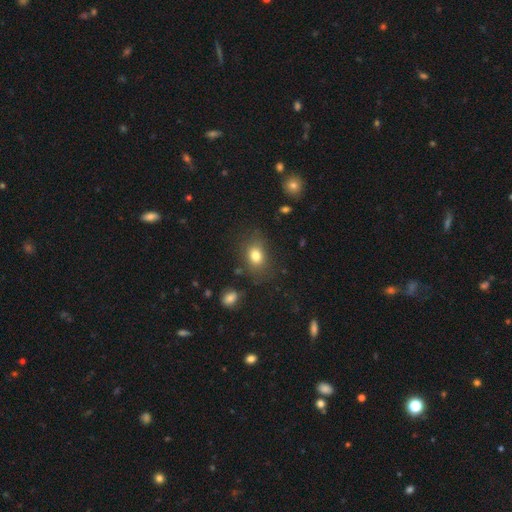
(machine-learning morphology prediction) Smooth or featured? smooth (79%)
How rounded? in between (65%)
Merging? none (77%)